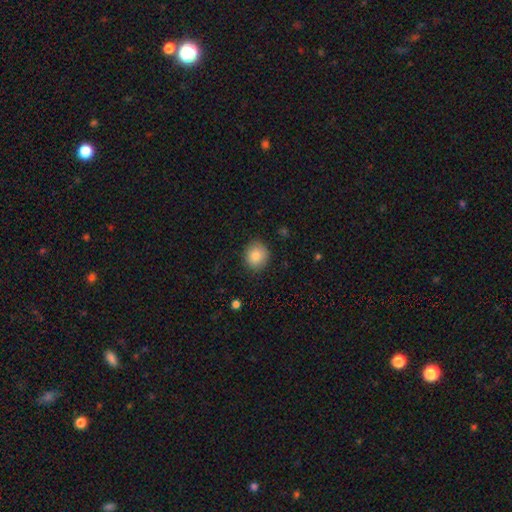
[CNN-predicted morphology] This appears to be a smooth galaxy with no disk features (85%) that is round (80%). Merging: none (86%).